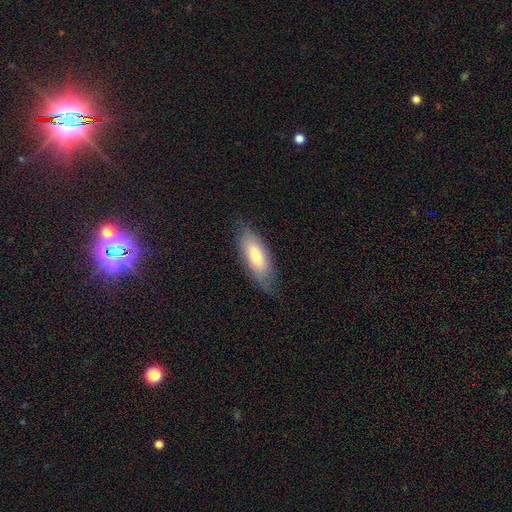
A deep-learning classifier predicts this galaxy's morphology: smooth_or_featured: smooth (p=0.69) [alt: featured or disk p=0.25]
how_rounded: in between (p=0.74) [alt: cigar-shaped p=0.24]
merging: none (p=0.71) [alt: minor disturbance p=0.21]